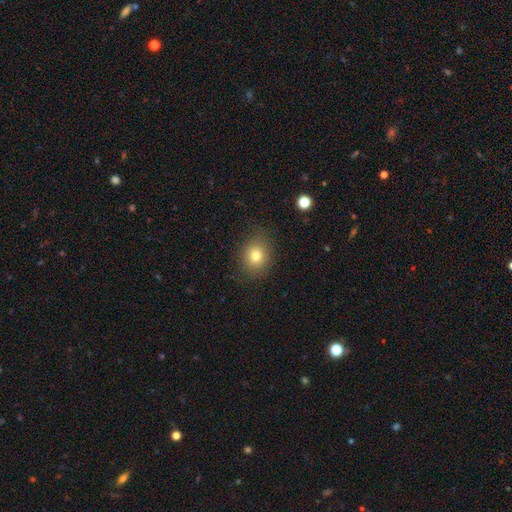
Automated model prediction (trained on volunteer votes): smooth-or-featured: smooth: 78% | star or artifact: 12% | featured or disk: 10%
  how-rounded: round: 63% | in between: 36% | cigar-shaped: 1%
  merging: none: 85% | minor disturbance: 11% | major disturbance: 4% | merger: 1%